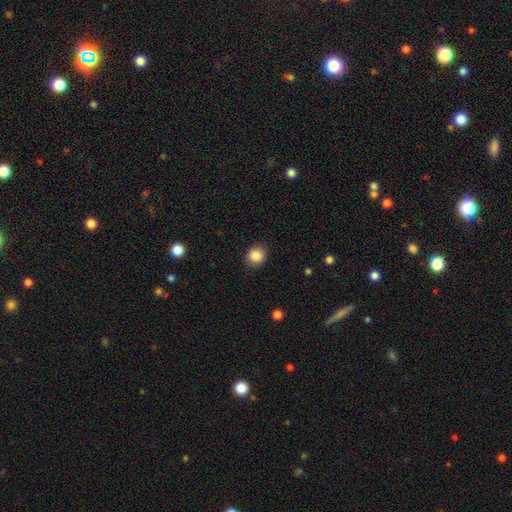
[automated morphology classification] Smooth or featured?
  - smooth: 87% *
  - star or artifact: 10%
  - featured or disk: 3%
How rounded?
  - round: 84% *
  - in between: 15%
  - cigar-shaped: 1%
Merging?
  - none: 88% *
  - minor disturbance: 9%
  - major disturbance: 3%
  - merger: 1%